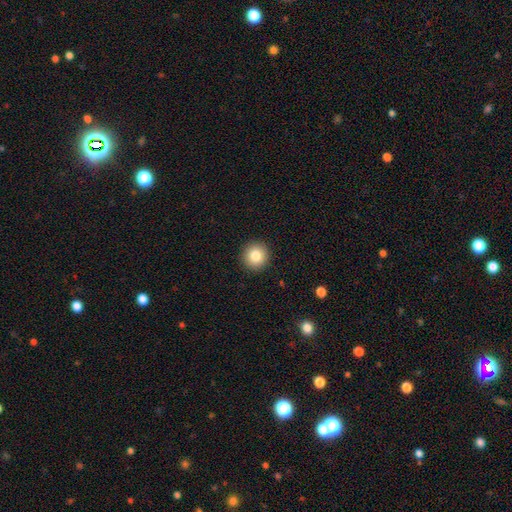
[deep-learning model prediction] The model was most divided on "smooth or featured": smooth: 83%, star or artifact: 10%, featured or disk: 7%. More confident: how rounded — round (94%); merging — none (93%).